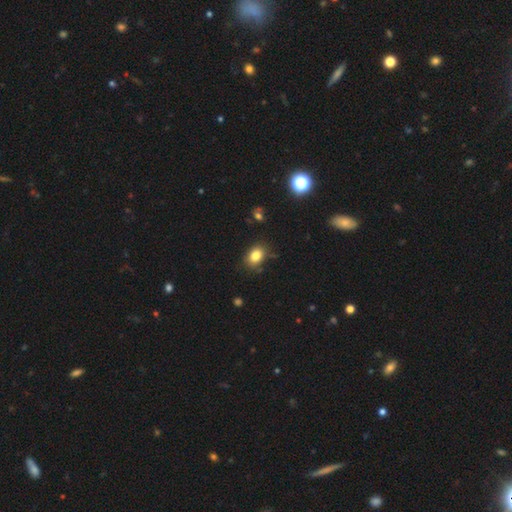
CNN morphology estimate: smooth_or_featured: smooth (p=0.83) [alt: star or artifact p=0.10]
how_rounded: in between (p=0.72) [alt: round p=0.27]
merging: none (p=0.80) [alt: minor disturbance p=0.14]